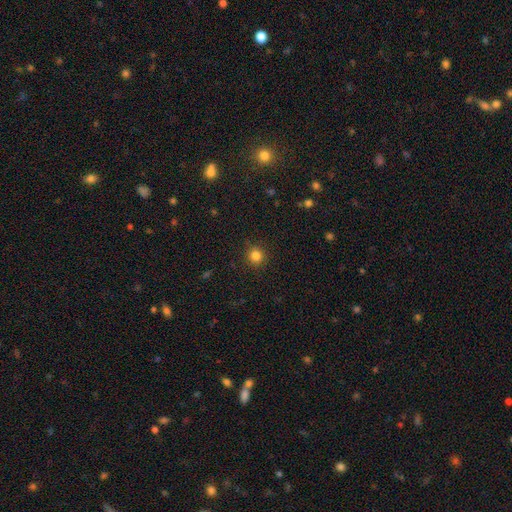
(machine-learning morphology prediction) Overall: smooth (83%). How rounded: round (93%). Merging: none (90%).